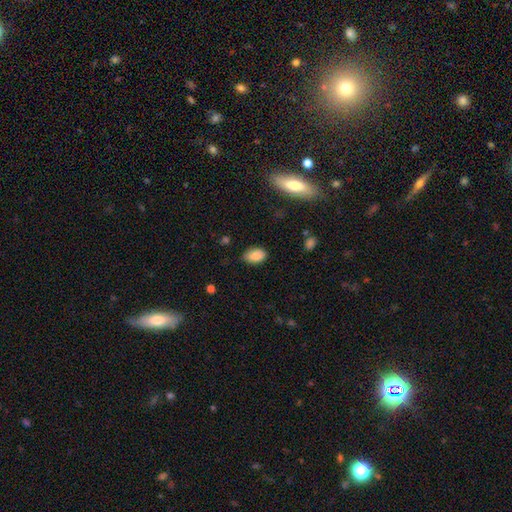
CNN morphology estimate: This appears to be a smooth galaxy with no disk features (82%) that is in between round and cigar-shaped (90%). Merging: none (81%).